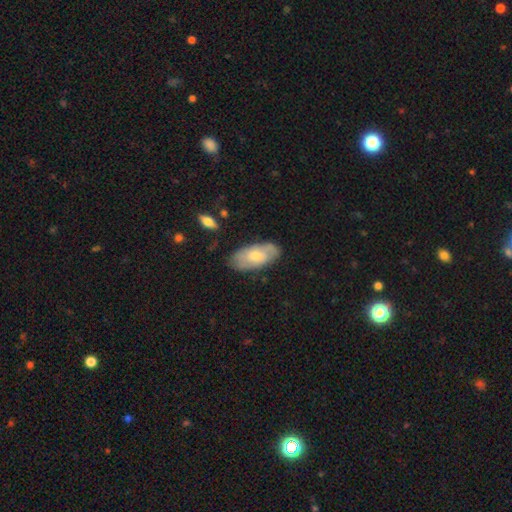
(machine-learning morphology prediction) A smooth galaxy with no disk features (55%) that is in between round and cigar-shaped (91%).

Vote fractions:
- Smooth or featured? smooth: 55% / featured or disk: 39% / star or artifact: 6%
- How rounded? in between: 91% / cigar-shaped: 7% / round: 3%
- Merging? none: 78% / minor disturbance: 17% / major disturbance: 3% / merger: 2%